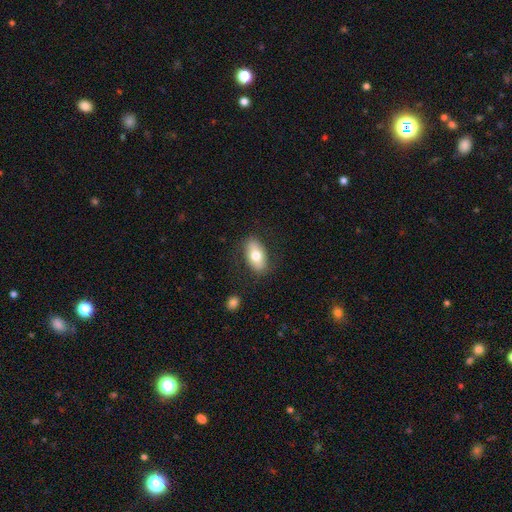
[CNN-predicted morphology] This appears to be a smooth galaxy with no disk features (70%) that is in between round and cigar-shaped (91%). Merging: none (82%).